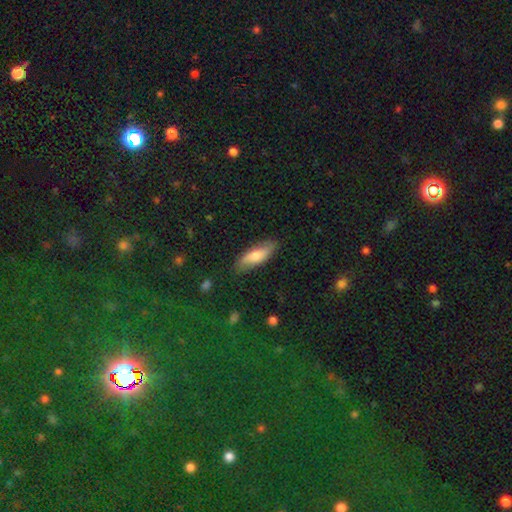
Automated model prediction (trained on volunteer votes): A smooth galaxy with no disk features (69%) that is in between round and cigar-shaped (57%). Merging: none (82%).